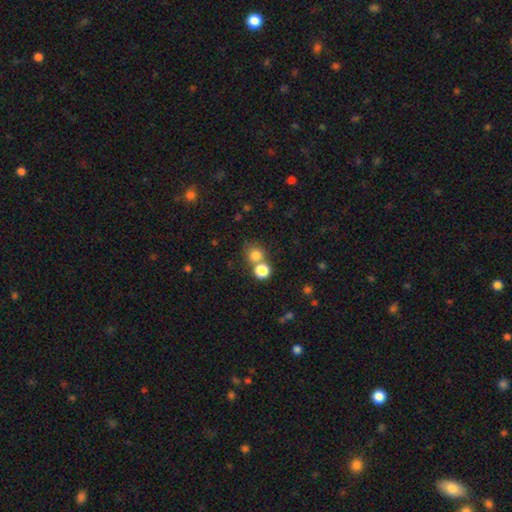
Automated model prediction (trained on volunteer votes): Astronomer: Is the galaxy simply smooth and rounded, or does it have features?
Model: smooth — 78%.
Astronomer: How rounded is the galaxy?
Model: round — 86%.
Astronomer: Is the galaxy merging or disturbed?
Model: none — 53% (runner-up: merger, 35%).